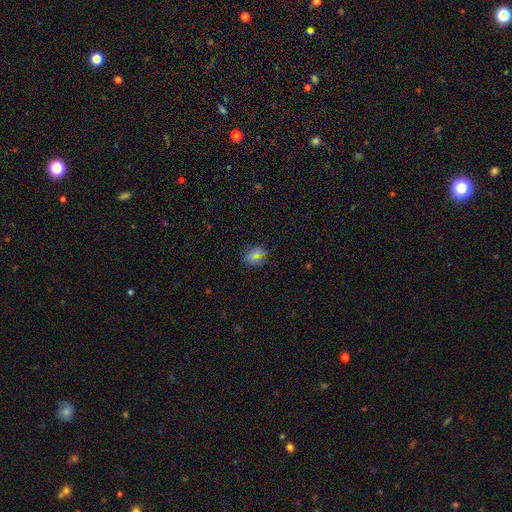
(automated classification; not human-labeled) smooth-or-featured: smooth: 67% | star or artifact: 26% | featured or disk: 7%
  how-rounded: round: 49% | in between: 47% | cigar-shaped: 4%
  merging: none: 83% | minor disturbance: 12% | major disturbance: 4% | merger: 2%